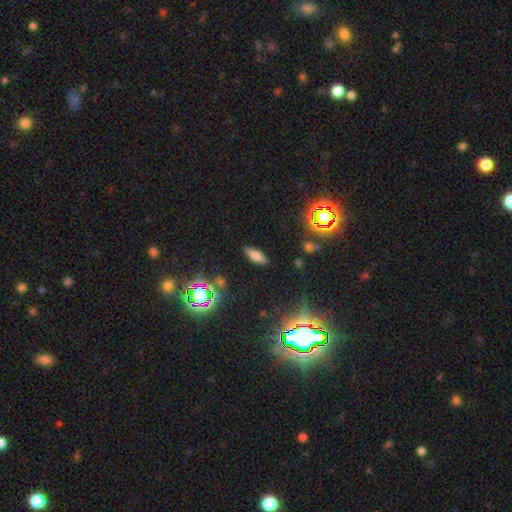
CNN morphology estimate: This is likely a smooth galaxy (69%). How rounded: likely in between (62%). Merging: clearly none (87%).